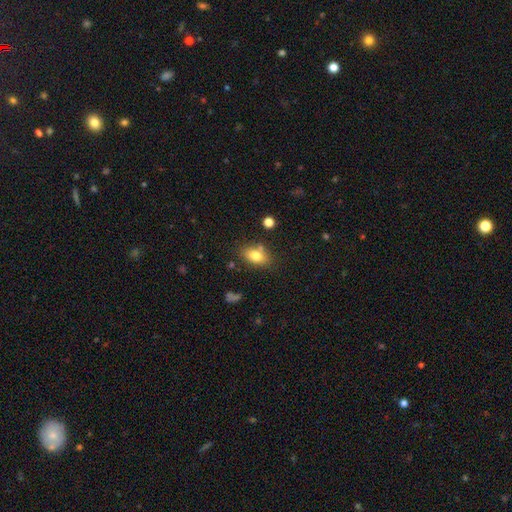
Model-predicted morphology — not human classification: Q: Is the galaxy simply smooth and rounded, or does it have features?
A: smooth — 79%.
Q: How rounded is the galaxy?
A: in between — 84%.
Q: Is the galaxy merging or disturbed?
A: none — 74%.